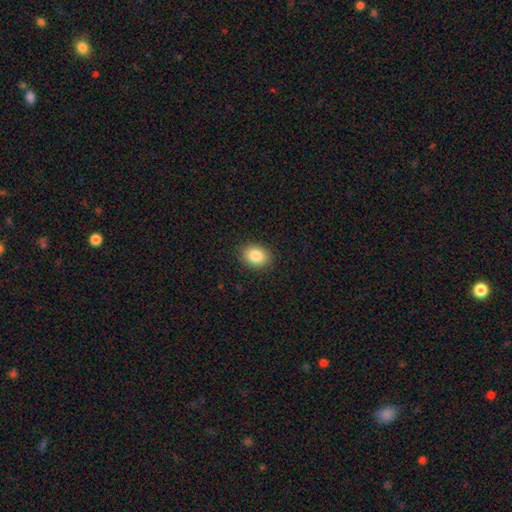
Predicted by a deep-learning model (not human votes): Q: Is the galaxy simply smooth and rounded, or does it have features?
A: smooth — 85%.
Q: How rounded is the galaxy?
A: in between — 58%.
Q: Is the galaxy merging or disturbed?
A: none — 89%.